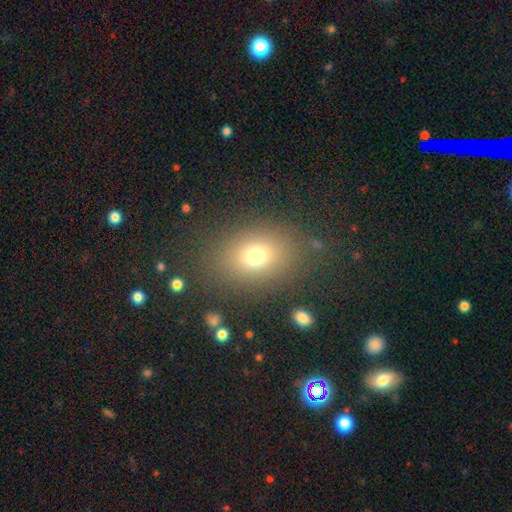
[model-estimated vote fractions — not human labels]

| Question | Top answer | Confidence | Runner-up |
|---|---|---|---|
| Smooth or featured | smooth | 72% | star or artifact (16%) |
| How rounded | in between | 60% | round (38%) |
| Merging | none | 81% | minor disturbance (11%) |